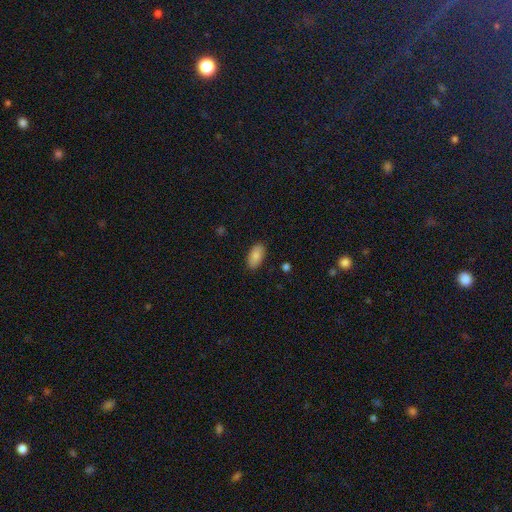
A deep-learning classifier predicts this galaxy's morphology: A smooth galaxy with no disk features (85%) that is in between round and cigar-shaped (94%).

Vote fractions:
- Smooth or featured? smooth: 85% / featured or disk: 8% / star or artifact: 7%
- How rounded? in between: 94% / round: 3% / cigar-shaped: 3%
- Merging? none: 87% / minor disturbance: 9% / major disturbance: 2% / merger: 1%